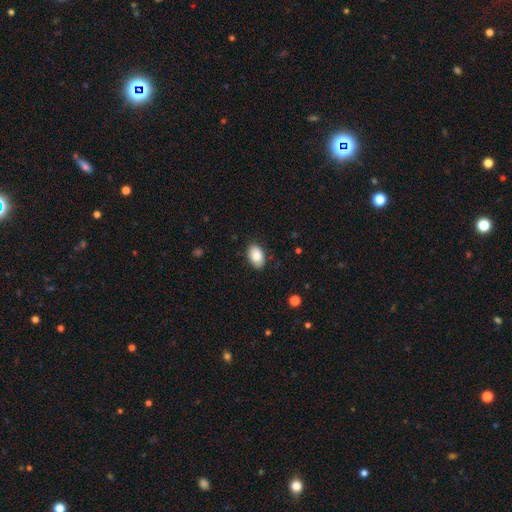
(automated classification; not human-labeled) Morphology: type=smooth (86%); roundness=in between (92%); merging=none (85%).